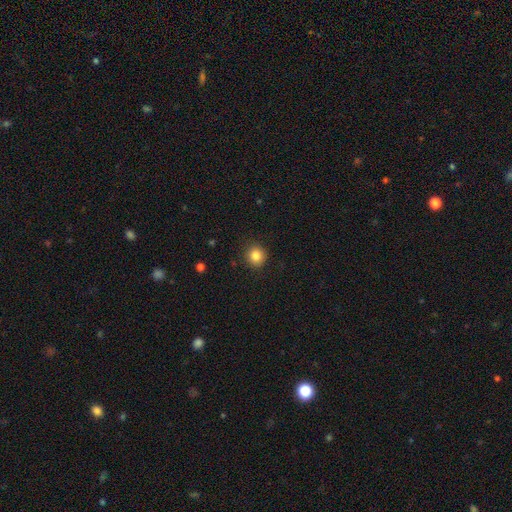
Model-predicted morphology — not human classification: Smooth or featured: smooth — 85% (star or artifact — 10%)
How rounded: round — 91% (in between — 8%)
Merging: none — 91% (minor disturbance — 6%)